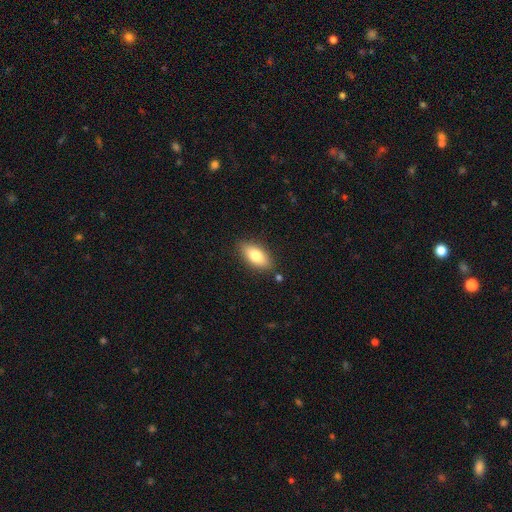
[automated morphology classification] Smooth or featured? Predicted: smooth (p=0.79). How rounded? Predicted: in between (p=0.88). Merging? Predicted: none (p=0.84).